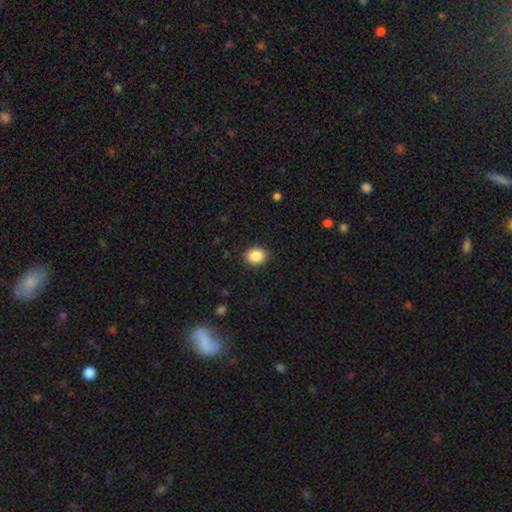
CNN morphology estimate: Smooth or featured? smooth (89%)
How rounded? round (58%)
Merging? none (89%)